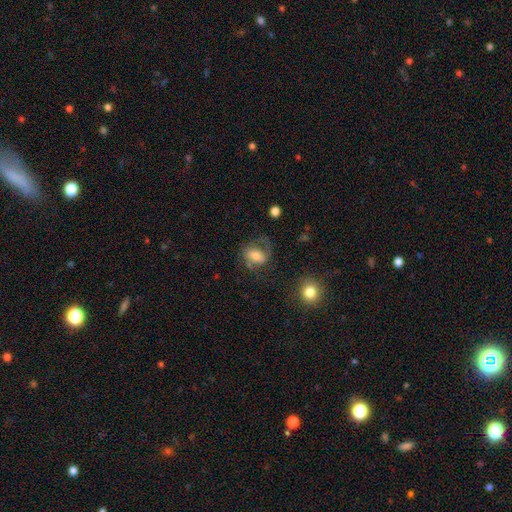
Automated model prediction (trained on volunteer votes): featured or disk 47%, smooth 43%, star or artifact 10%. Down the decision tree: merging — none (51%).